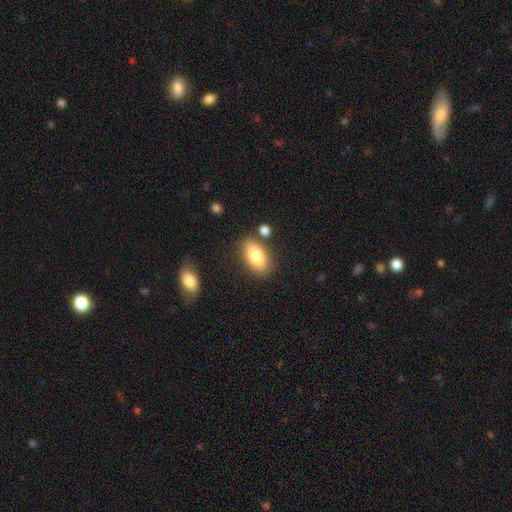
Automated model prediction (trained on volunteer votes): Smooth or featured? Predicted: smooth (p=0.80). How rounded? Predicted: in between (p=0.89). Merging? Predicted: none (p=0.80).